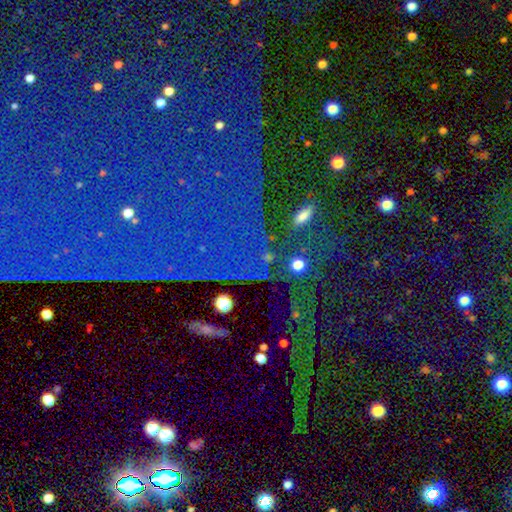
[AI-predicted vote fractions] A star or artifact, not a galaxy (84%).